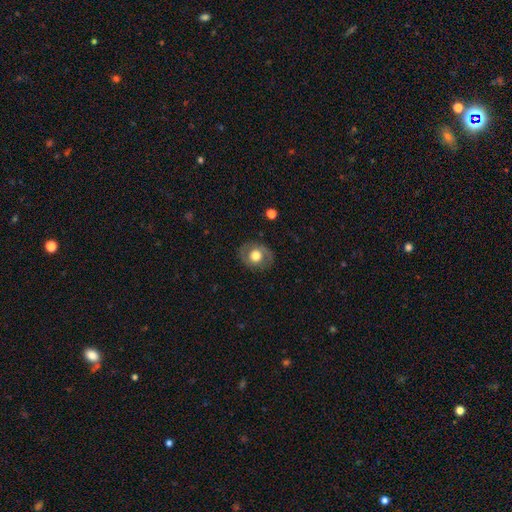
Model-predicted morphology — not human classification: A smooth galaxy with no disk features (51%) that is round (60%). Merging: none (82%).